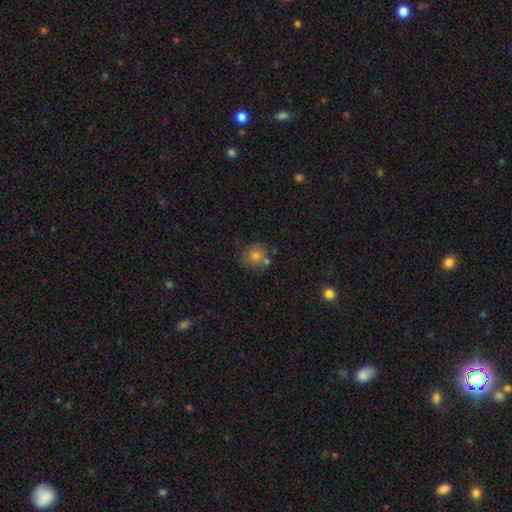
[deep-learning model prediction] This appears to be a smooth galaxy with no disk features (68%) that is round (83%). Merging: none (61%).